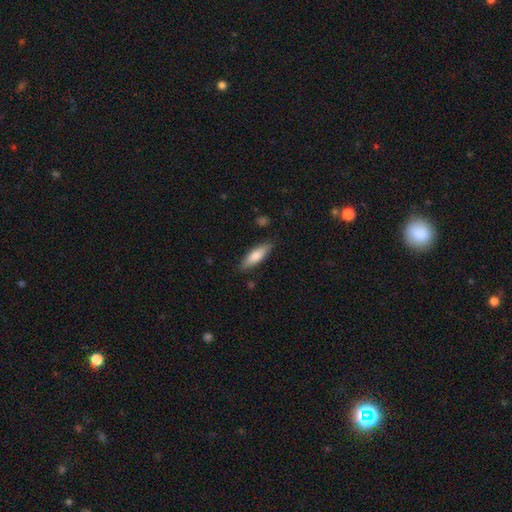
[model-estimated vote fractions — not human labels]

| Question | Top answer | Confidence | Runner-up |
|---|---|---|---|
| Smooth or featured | smooth | 75% | featured or disk (19%) |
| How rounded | cigar-shaped | 52% | in between (46%) |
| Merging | none | 84% | minor disturbance (12%) |